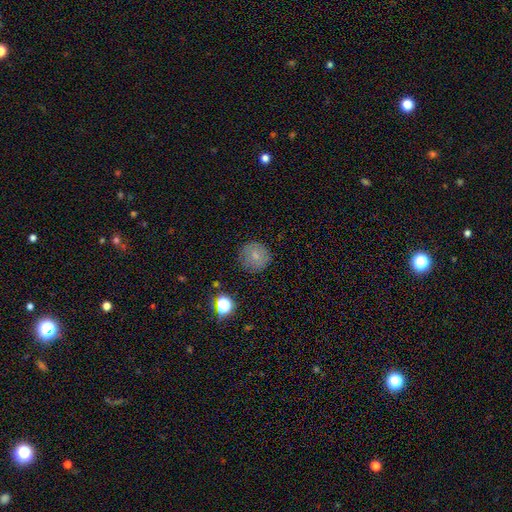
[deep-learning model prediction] Smooth or featured? smooth (72%)
How rounded? round (92%)
Merging? none (82%)